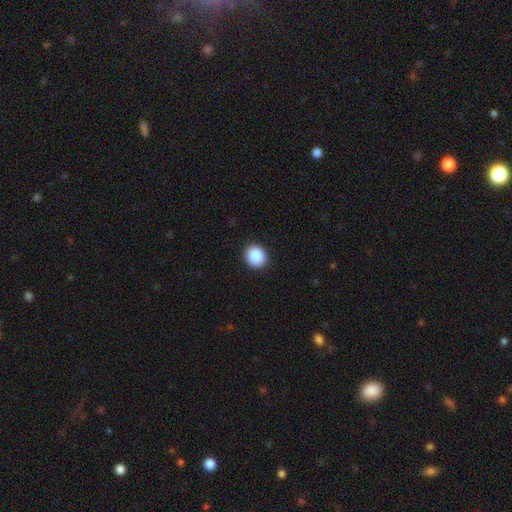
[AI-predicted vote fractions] The model was most divided on "how rounded": round: 77%, in between: 23%, cigar-shaped: 1%. More confident: merging — none (92%); smooth or featured — smooth (88%).